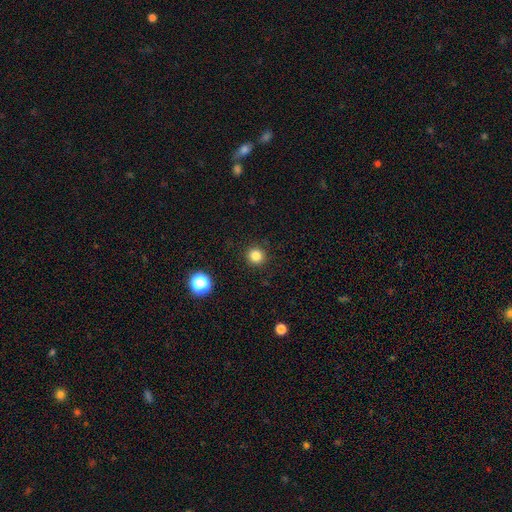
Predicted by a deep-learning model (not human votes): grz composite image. It shows a smooth galaxy with no disk features (83%) that is round (94%). Merging: none (92%).